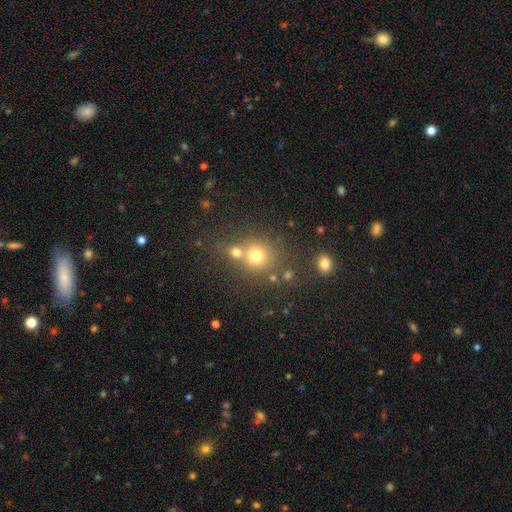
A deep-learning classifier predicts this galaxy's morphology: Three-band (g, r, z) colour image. It shows a smooth galaxy with no disk features (71%) that is round (87%). Merging: none (55%).